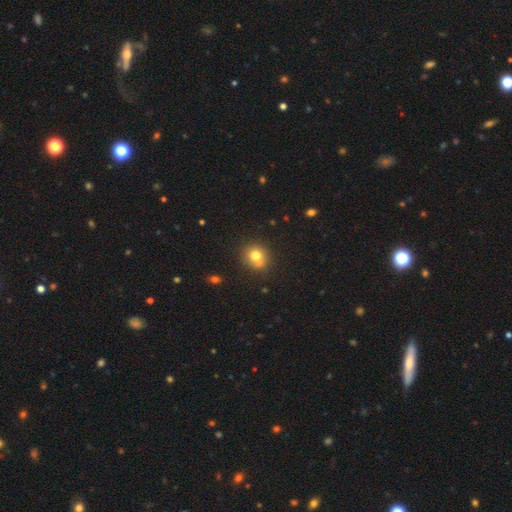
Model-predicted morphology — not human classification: smooth-or-featured: smooth: 75% | star or artifact: 13% | featured or disk: 12%
  how-rounded: round: 86% | in between: 13% | cigar-shaped: 1%
  merging: none: 68% | minor disturbance: 14% | merger: 13% | major disturbance: 4%